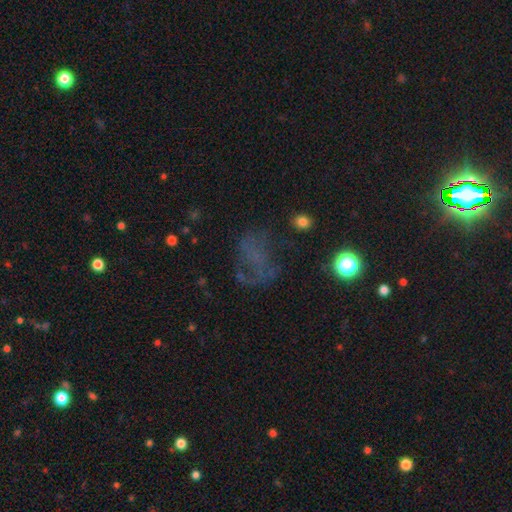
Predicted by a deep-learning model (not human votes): Smooth or featured: featured or disk — 38% (smooth — 32%)
Merging: none — 45% (major disturbance — 32%)